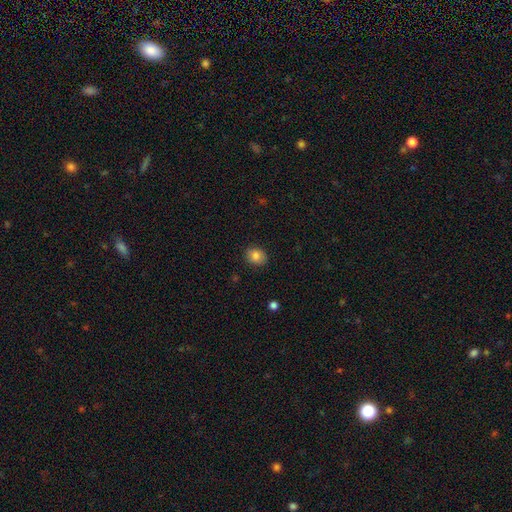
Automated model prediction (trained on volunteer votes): smooth-or-featured: smooth: 85% | star or artifact: 10% | featured or disk: 6%
  how-rounded: round: 54% | in between: 45% | cigar-shaped: 1%
  merging: none: 86% | minor disturbance: 10% | major disturbance: 2% | merger: 1%